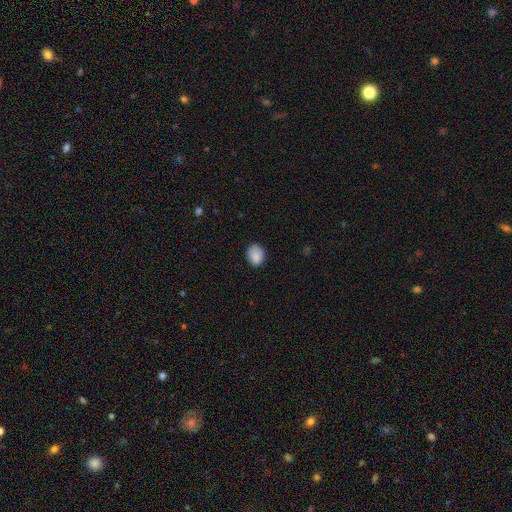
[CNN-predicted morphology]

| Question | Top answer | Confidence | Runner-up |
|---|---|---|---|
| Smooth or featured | smooth | 87% | star or artifact (9%) |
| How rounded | round | 53% | in between (46%) |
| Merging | none | 77% | minor disturbance (18%) |